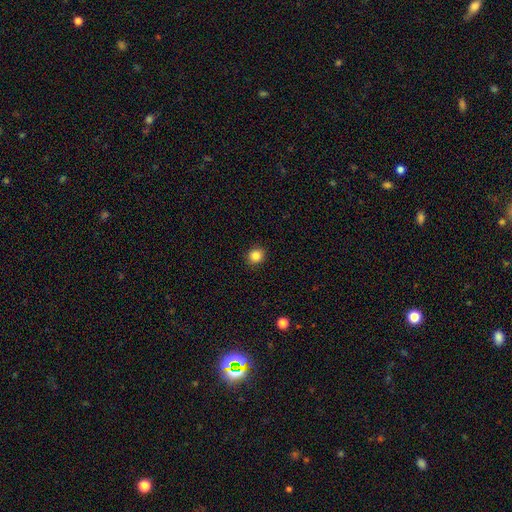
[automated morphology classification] A smooth galaxy with no disk features (86%) that is round (84%). Merging: none (91%).